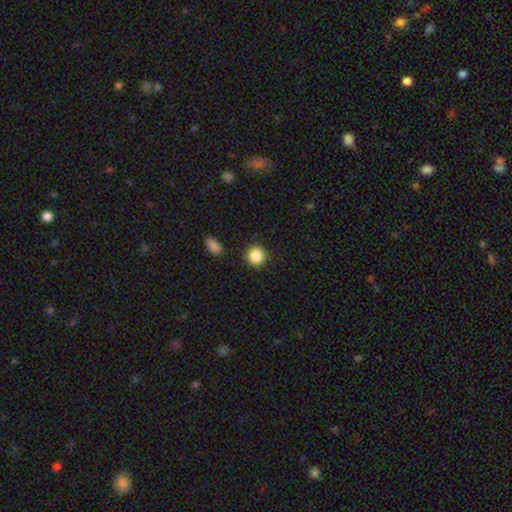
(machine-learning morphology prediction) type=smooth (87%); roundness=round (92%); merging=none (88%).